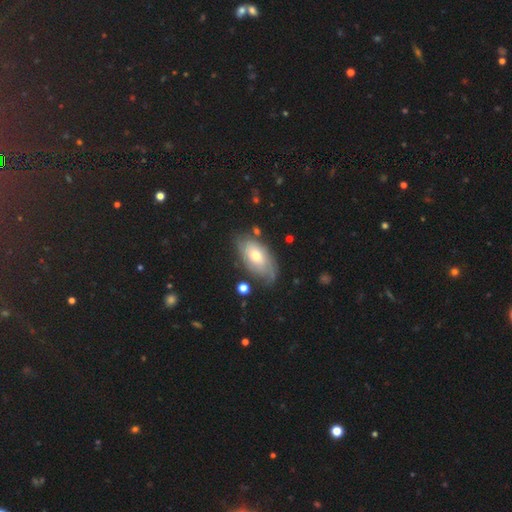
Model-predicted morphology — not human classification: A featured or disk galaxy (55%). Merging: none (65%).